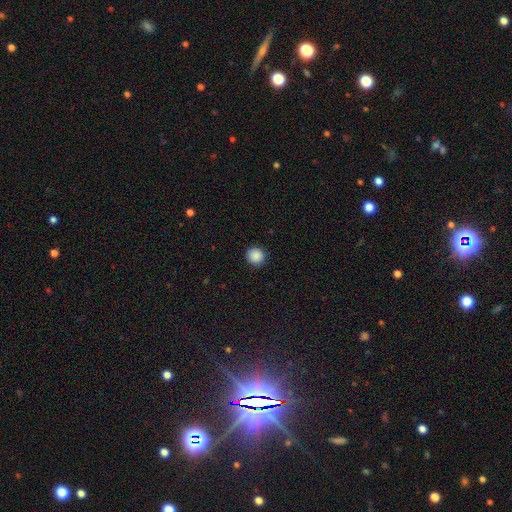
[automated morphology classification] The model was most divided on "smooth or featured": smooth: 88%, star or artifact: 9%, featured or disk: 3%. More confident: how rounded — round (94%); merging — none (92%).